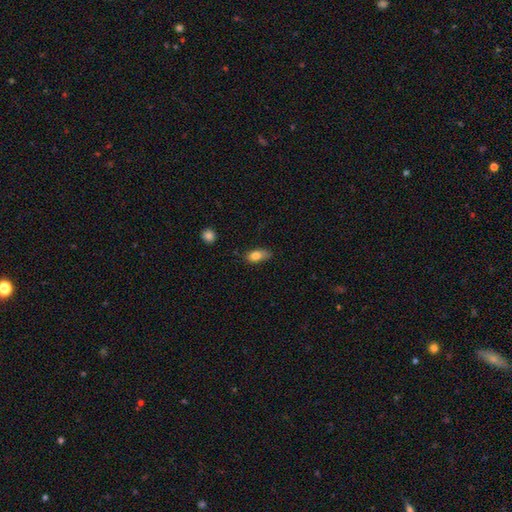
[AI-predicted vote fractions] Smooth or featured? smooth (81%)
How rounded? in between (84%)
Merging? none (62%)